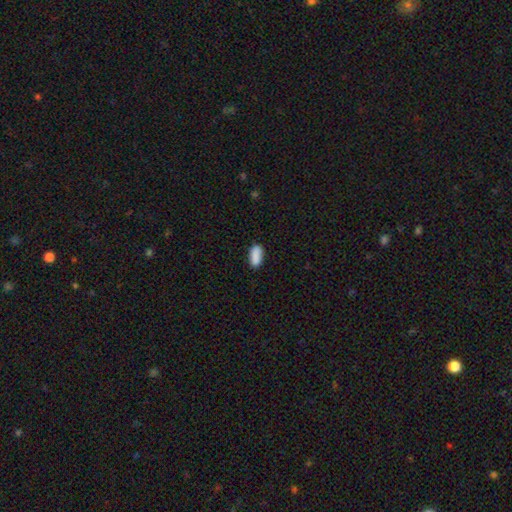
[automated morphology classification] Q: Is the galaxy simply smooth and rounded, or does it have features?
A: smooth — 88%.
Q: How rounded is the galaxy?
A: in between — 86%.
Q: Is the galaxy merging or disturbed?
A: none — 80%.